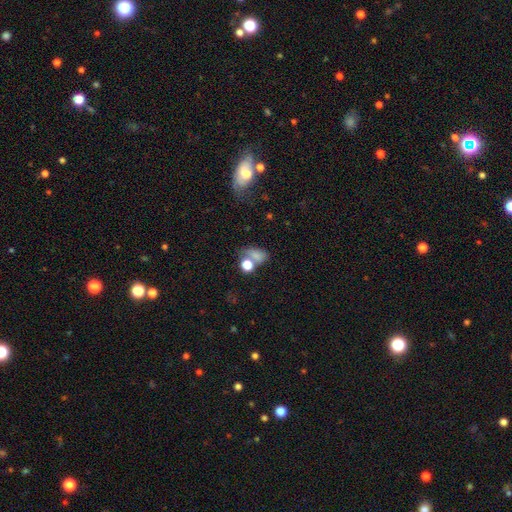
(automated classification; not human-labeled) smooth-or-featured: smooth: 70% | star or artifact: 19% | featured or disk: 11%
  how-rounded: in between: 65% | round: 33% | cigar-shaped: 3%
  merging: none: 40% | merger: 33% | minor disturbance: 15% | major disturbance: 11%